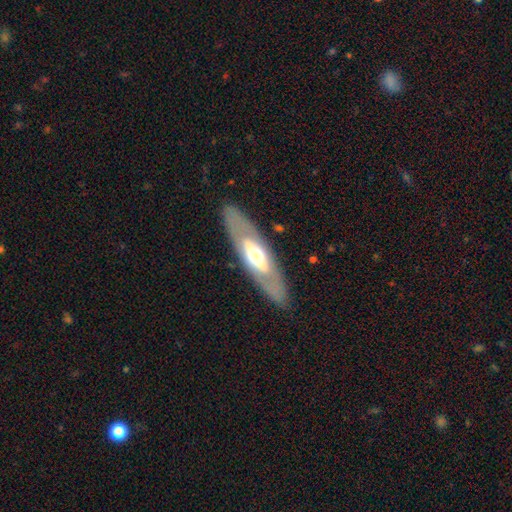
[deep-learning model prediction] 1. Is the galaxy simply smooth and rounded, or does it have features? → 60% featured or disk, 35% smooth, 5% star or artifact.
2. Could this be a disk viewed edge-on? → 61% no, 39% yes.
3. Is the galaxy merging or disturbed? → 85% none, 10% minor disturbance, 4% major disturbance, 1% merger.